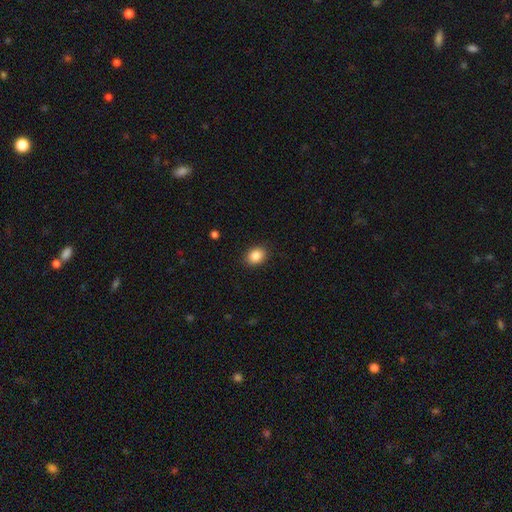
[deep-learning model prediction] The model was most divided on "how rounded": in between: 56%, round: 43%, cigar-shaped: 1%. More confident: merging — none (89%); smooth or featured — smooth (87%).